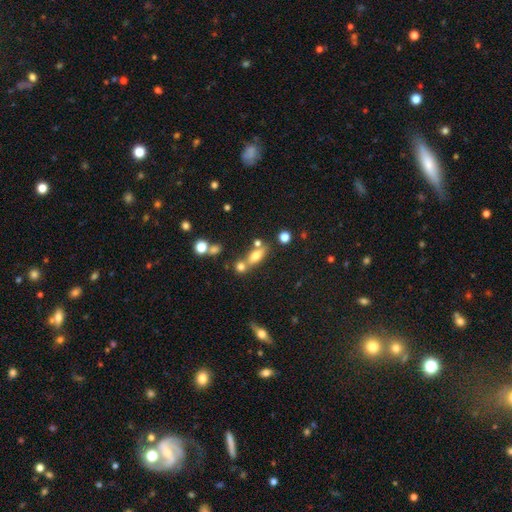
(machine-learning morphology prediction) smooth_or_featured: smooth (p=0.65) [alt: featured or disk p=0.22]
how_rounded: in between (p=0.62) [alt: cigar-shaped p=0.29]
merging: none (p=0.51) [alt: merger p=0.31]